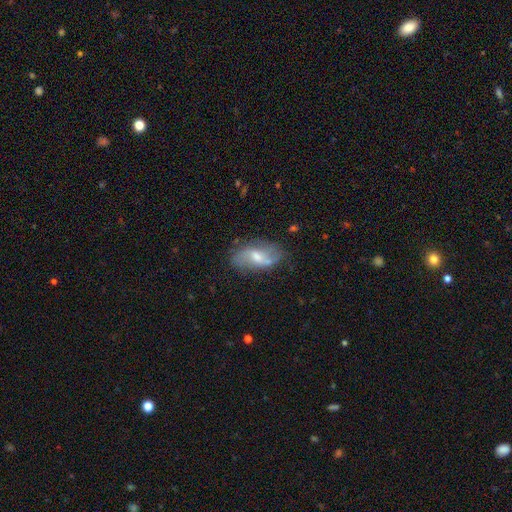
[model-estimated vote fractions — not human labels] A featured or disk galaxy (70%) with a weak bar (51%), 2 (84%) loose (65%) spiral arms (87%) and a moderate central bulge (54%). Merging: none (73%).